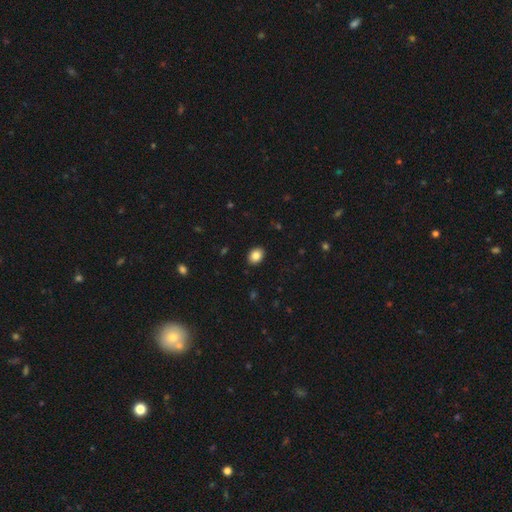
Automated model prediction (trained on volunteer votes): This appears to be a smooth galaxy with no disk features (86%) that is in between round and cigar-shaped (63%). Merging: none (90%).